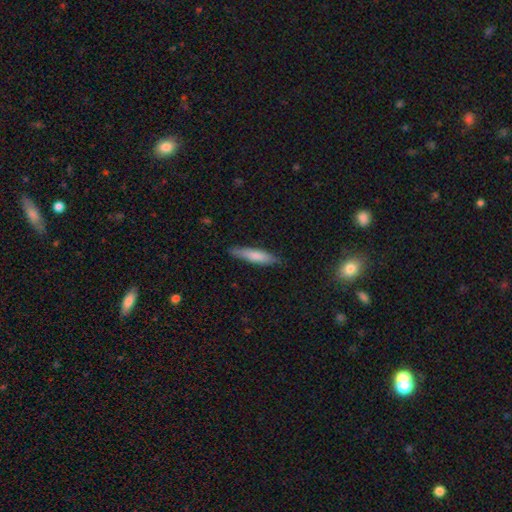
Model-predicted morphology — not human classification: smooth-or-featured: smooth: 77% | featured or disk: 18% | star or artifact: 5%
  how-rounded: cigar-shaped: 80% | in between: 18% | round: 1%
  merging: none: 84% | minor disturbance: 13% | major disturbance: 2% | merger: 1%